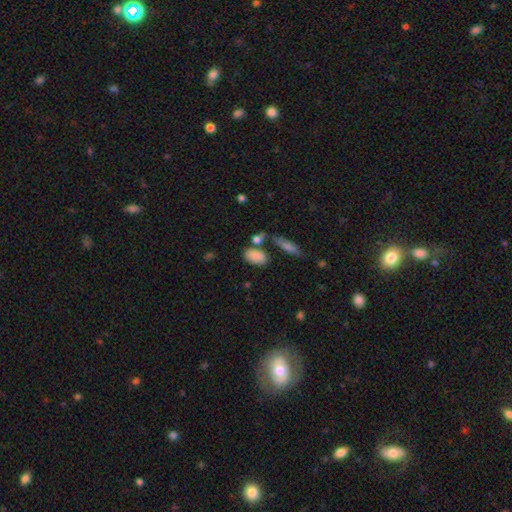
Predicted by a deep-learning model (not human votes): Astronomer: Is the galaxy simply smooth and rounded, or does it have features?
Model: smooth — 85%.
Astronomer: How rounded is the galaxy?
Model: in between — 91%.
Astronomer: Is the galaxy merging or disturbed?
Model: none — 64%.